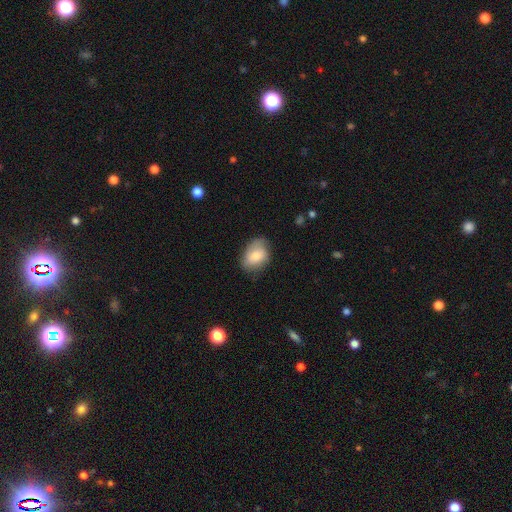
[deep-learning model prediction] Smooth or featured? smooth (73%)
How rounded? in between (76%)
Merging? none (67%)